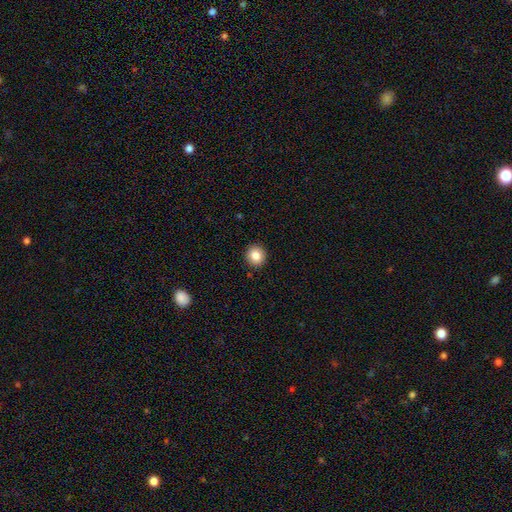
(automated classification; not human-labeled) This is clearly a smooth galaxy (84%). How rounded: clearly round (91%). Merging: clearly none (92%).